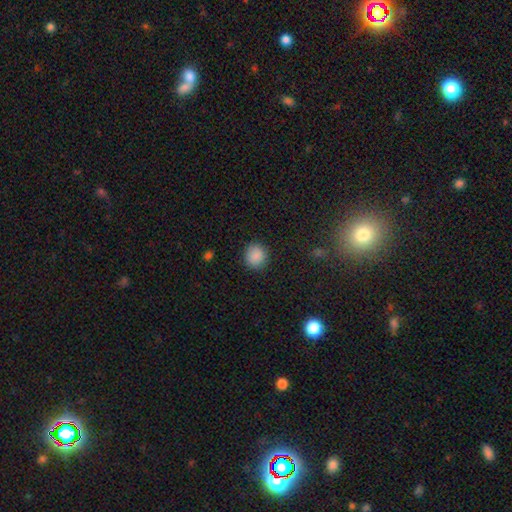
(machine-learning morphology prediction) A smooth galaxy with no disk features (88%) that is round (87%).

Vote fractions:
- Smooth or featured? smooth: 88% / star or artifact: 9% / featured or disk: 3%
- How rounded? round: 87% / in between: 12% / cigar-shaped: 1%
- Merging? none: 89% / minor disturbance: 7% / major disturbance: 2% / merger: 1%